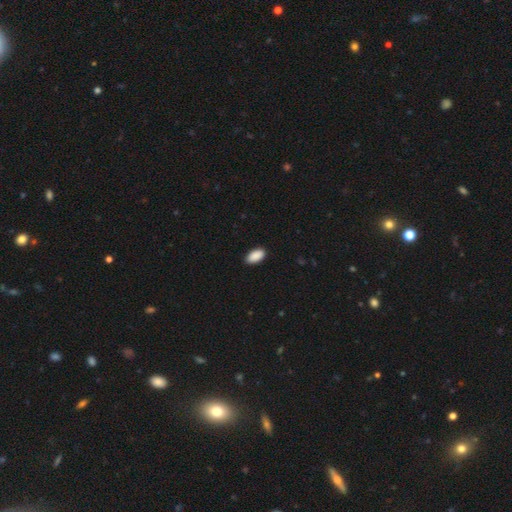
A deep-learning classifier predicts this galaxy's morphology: Smooth or featured: smooth — 91% (star or artifact — 7%)
How rounded: in between — 94% (cigar-shaped — 3%)
Merging: none — 89% (minor disturbance — 9%)